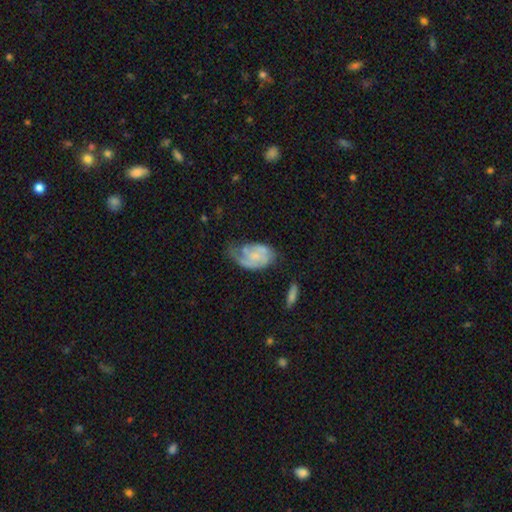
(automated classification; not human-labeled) smooth-or-featured: featured or disk: 59% | smooth: 33% | star or artifact: 7%
  disk-edge-on: no: 97% | yes: 3%
    bar: no: 70% | weak: 26% | strong: 4%
    has-spiral-arms: yes: 81% | no: 19%
    bulge-size: small: 42% | none: 35% | moderate: 18% | large: 3% | dominant: 1%
  merging: none: 33% | minor disturbance: 32% | major disturbance: 31% | merger: 5%